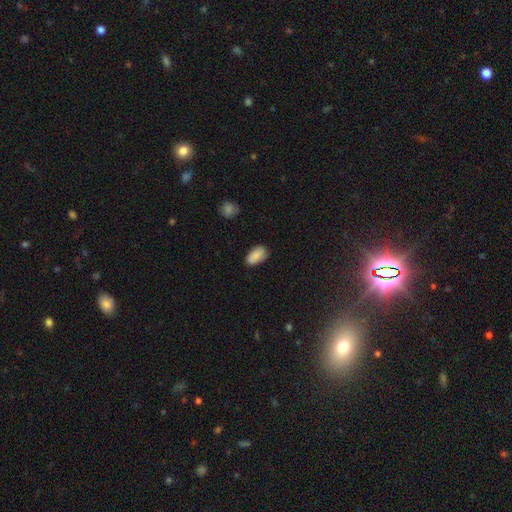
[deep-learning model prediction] A smooth galaxy with no disk features (87%) that is in between round and cigar-shaped (94%). Merging: none (80%).